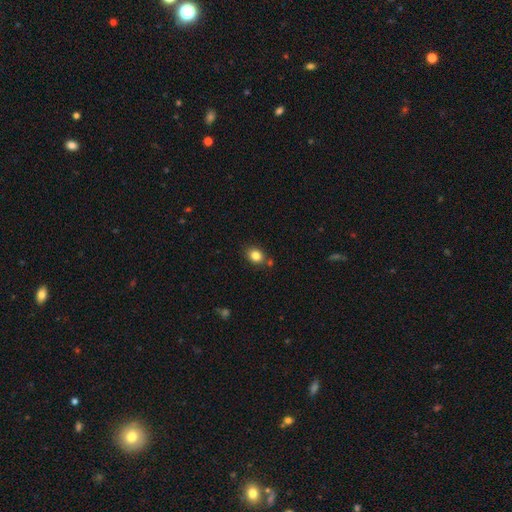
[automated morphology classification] Smooth or featured: smooth — 84% (star or artifact — 10%)
How rounded: in between — 50% (round — 49%)
Merging: none — 77% (minor disturbance — 12%)